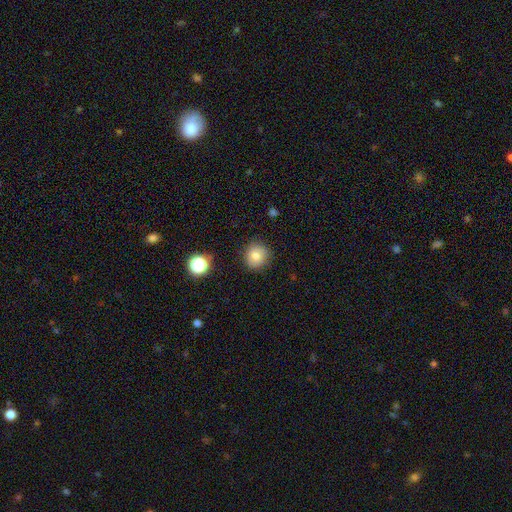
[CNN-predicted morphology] This is likely a smooth galaxy (79%). How rounded: clearly round (89%). Merging: clearly none (86%).